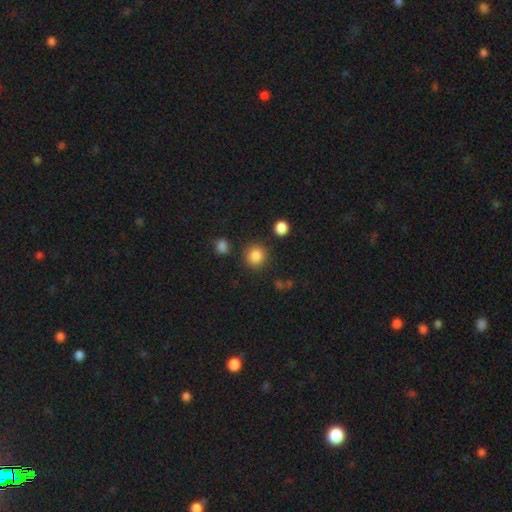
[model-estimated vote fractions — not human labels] smooth-or-featured: smooth: 86% | star or artifact: 10% | featured or disk: 4%
  how-rounded: round: 91% | in between: 8% | cigar-shaped: 1%
  merging: none: 85% | minor disturbance: 8% | merger: 4% | major disturbance: 3%